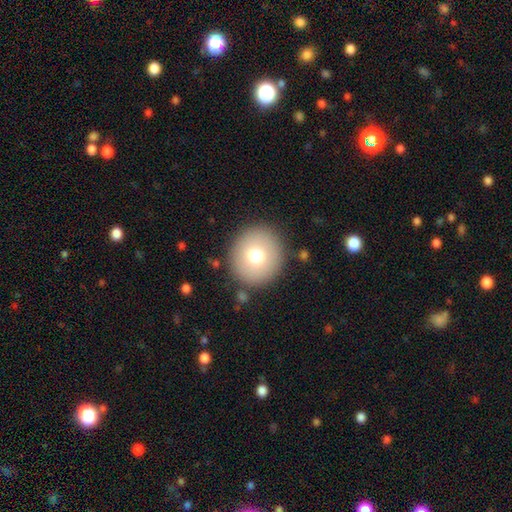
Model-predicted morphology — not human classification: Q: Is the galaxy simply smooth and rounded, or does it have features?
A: smooth — 73%.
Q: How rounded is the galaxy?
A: round — 92%.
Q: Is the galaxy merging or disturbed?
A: none — 88%.